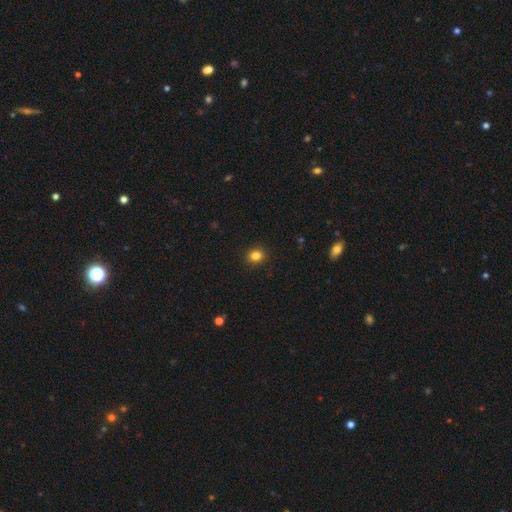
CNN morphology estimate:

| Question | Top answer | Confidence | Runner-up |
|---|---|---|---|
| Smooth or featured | smooth | 83% | star or artifact (12%) |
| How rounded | round | 75% | in between (24%) |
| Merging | none | 91% | minor disturbance (6%) |